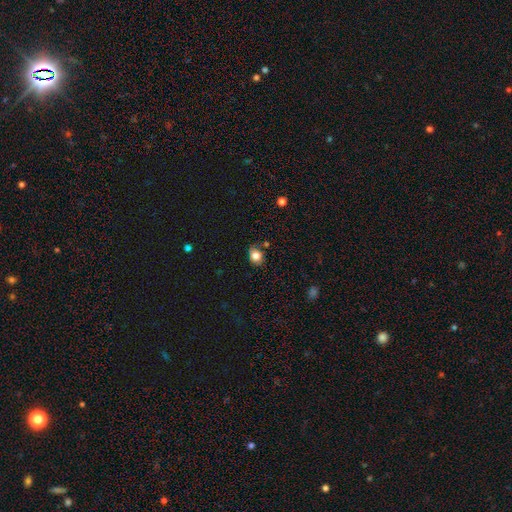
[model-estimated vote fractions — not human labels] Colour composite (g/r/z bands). It shows a smooth galaxy with no disk features (81%) that is round (55%). Merging: none (70%).